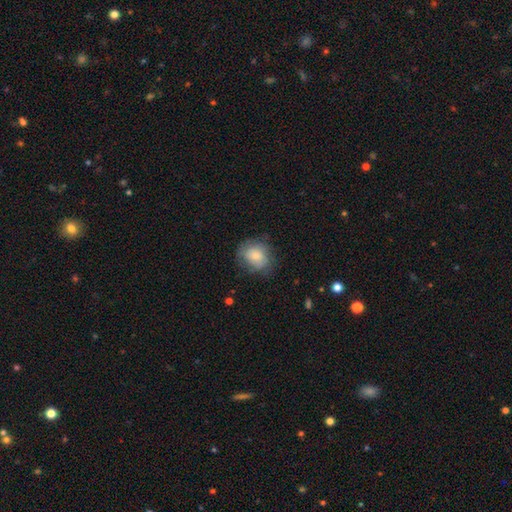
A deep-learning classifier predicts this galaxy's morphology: Overall: smooth (73%). How rounded: round (67%; in between 33%). Merging: none (67%).